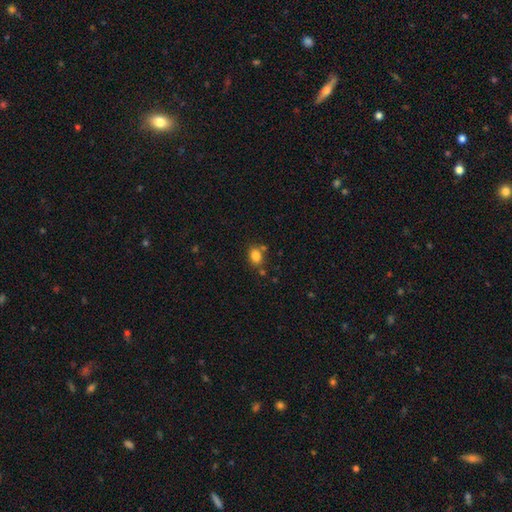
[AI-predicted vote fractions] Overall: smooth (83%). How rounded: in between (64%; round 35%). Merging: none (70%).